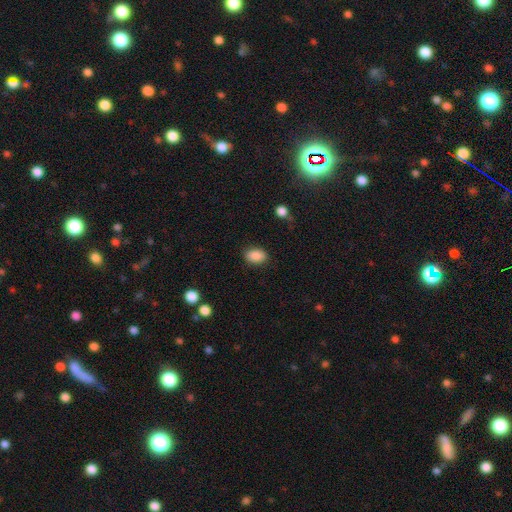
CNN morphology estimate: Smooth or featured?
  - smooth: 88% *
  - star or artifact: 8%
  - featured or disk: 4%
How rounded?
  - in between: 83% *
  - round: 15%
  - cigar-shaped: 1%
Merging?
  - none: 85% *
  - minor disturbance: 11%
  - major disturbance: 3%
  - merger: 1%